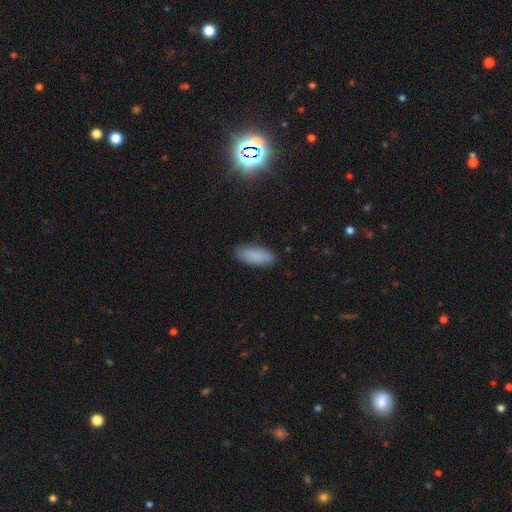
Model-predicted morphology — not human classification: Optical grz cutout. It shows a smooth galaxy with no disk features (85%) that is in between round and cigar-shaped (82%). Merging: none (85%).